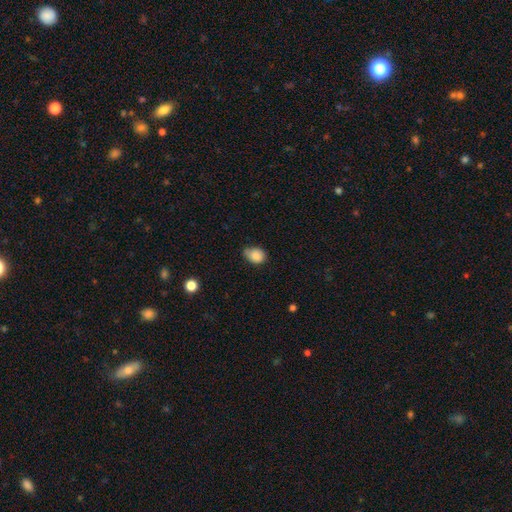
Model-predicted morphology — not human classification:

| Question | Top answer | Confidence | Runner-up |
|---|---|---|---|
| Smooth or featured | smooth | 85% | star or artifact (9%) |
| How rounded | in between | 60% | round (39%) |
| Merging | none | 54% | minor disturbance (37%) |